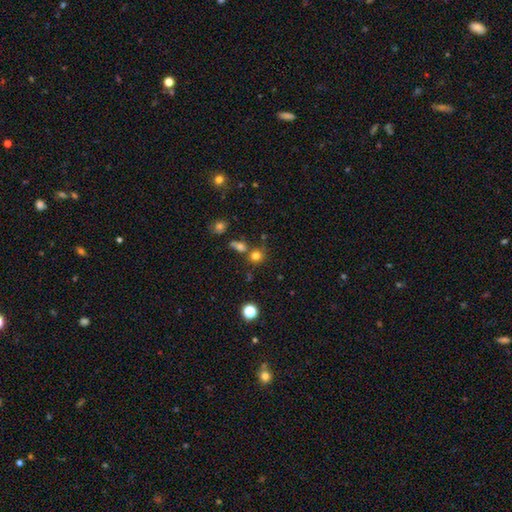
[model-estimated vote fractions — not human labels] smooth_or_featured: smooth (p=0.76) [alt: star or artifact p=0.17]
how_rounded: round (p=0.84) [alt: in between p=0.15]
merging: none (p=0.65) [alt: merger p=0.19]